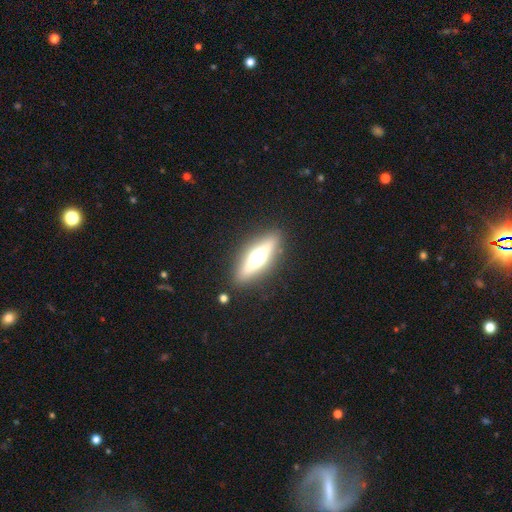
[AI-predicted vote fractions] featured or disk 62%, smooth 30%, star or artifact 8%. Down the decision tree: edge-on disk — yes (91%); edge-on bulge — rounded (93%); merging — none (87%).